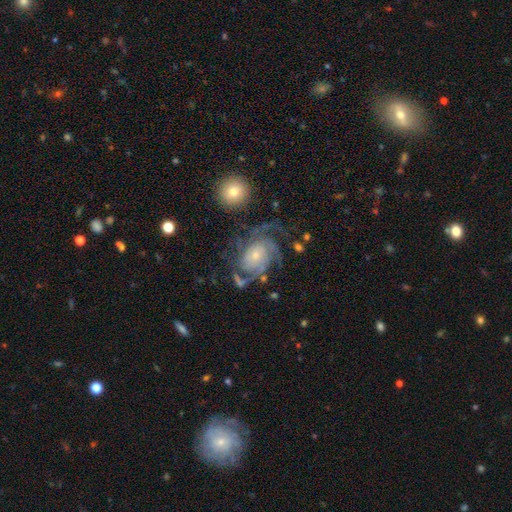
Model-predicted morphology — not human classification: smooth-or-featured: featured or disk: 88% | smooth: 7% | star or artifact: 5%
  disk-edge-on: no: 98% | yes: 2%
    bar: no: 73% | weak: 22% | strong: 5%
    has-spiral-arms: yes: 97% | no: 3%
      spiral-winding: tight: 43% | medium: 42% | loose: 15%
      spiral-arm-count: 3: 32% | 2: 28% | can't tell: 15% | 4: 11% | 1: 7% | more than 4: 6%
    bulge-size: small: 68% | moderate: 24% | large: 4% | none: 3% | dominant: 1%
  merging: none: 54% | major disturbance: 24% | minor disturbance: 18% | merger: 4%